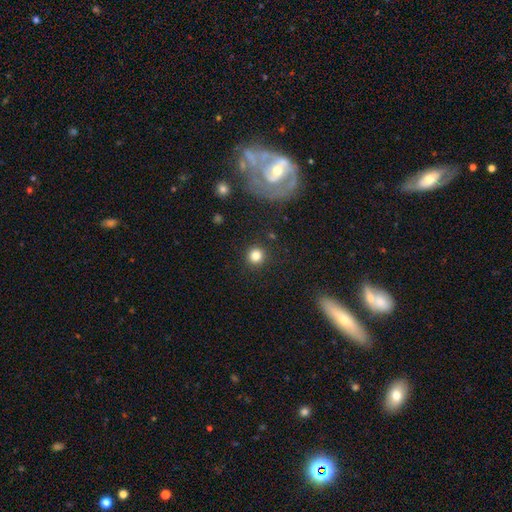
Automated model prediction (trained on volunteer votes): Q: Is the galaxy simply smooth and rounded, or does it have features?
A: smooth — 83%.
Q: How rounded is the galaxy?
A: round — 94%.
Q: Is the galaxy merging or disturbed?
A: none — 90%.